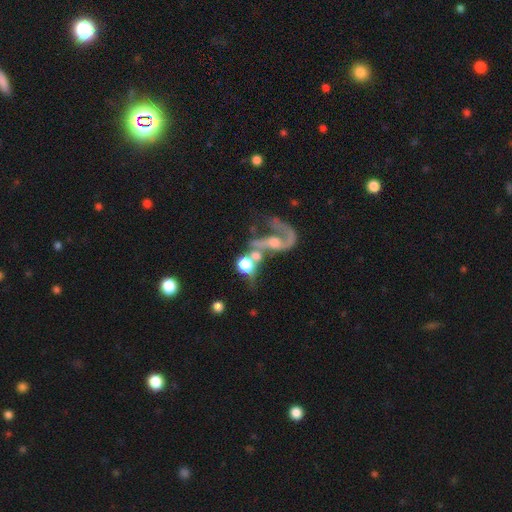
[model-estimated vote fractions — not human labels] The model was most divided on "bulge size": small: 41%, moderate: 40%, none: 11%, large: 6%, dominant: 2%. Remaining: edge-on disk — no (95%); spiral arms — yes (81%); smooth or featured — featured or disk (73%); spiral winding — loose (62%); spiral arm count — 2 (59%); bar — no (49%); merging — merger (39%).